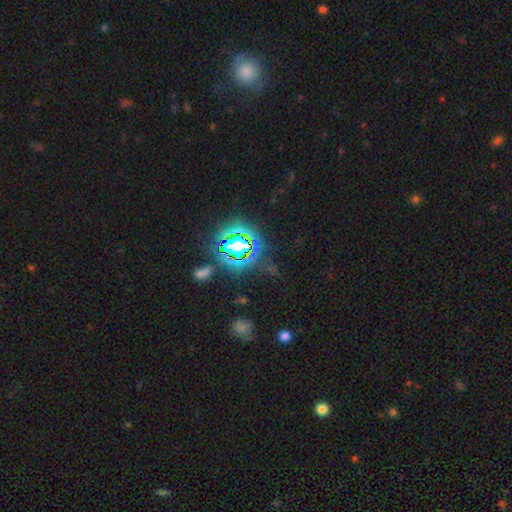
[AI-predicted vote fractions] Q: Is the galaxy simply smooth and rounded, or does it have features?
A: star or artifact — 80%.